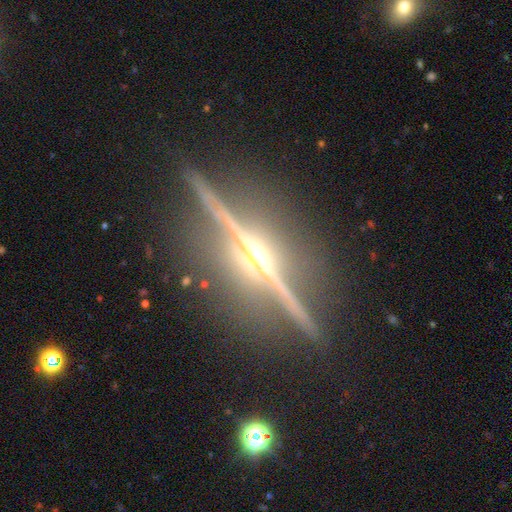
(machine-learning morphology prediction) smooth_or_featured: featured or disk (p=0.88) [alt: star or artifact p=0.08]
disk_edge_on: yes (p=0.97) [alt: no p=0.03]
edge_on_bulge: rounded (p=0.90) [alt: none p=0.05]
merging: none (p=0.87) [alt: minor disturbance p=0.09]